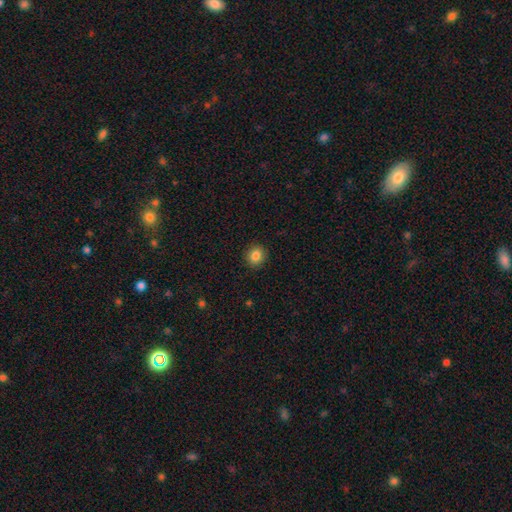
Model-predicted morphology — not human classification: Smooth or featured? Predicted: smooth (p=0.85). How rounded? Predicted: round (p=0.80). Merging? Predicted: none (p=0.91).